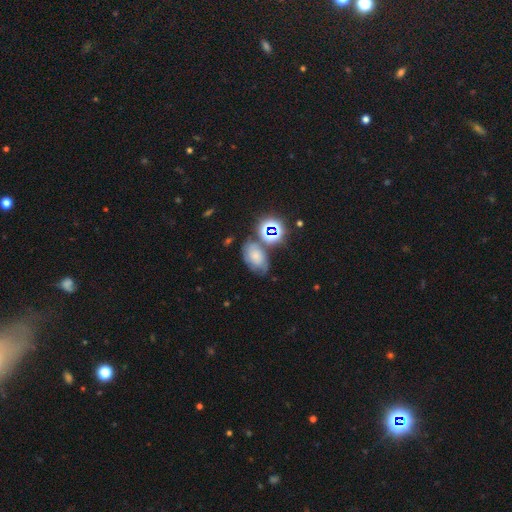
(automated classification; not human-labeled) A smooth galaxy with no disk features (46%). Merging: none (54%).